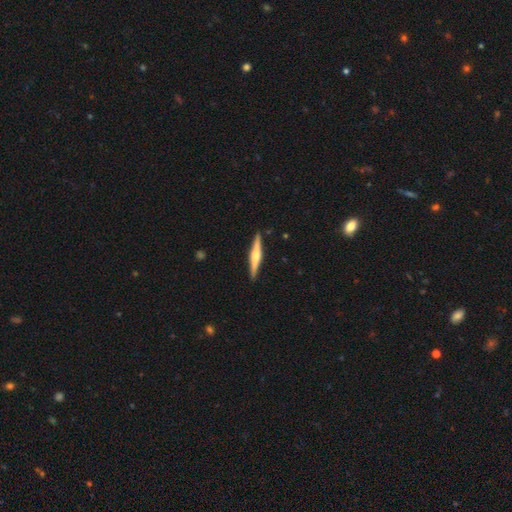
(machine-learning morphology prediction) smooth-or-featured: featured or disk: 71% | smooth: 24% | star or artifact: 5%
  disk-edge-on: yes: 98% | no: 2%
    edge-on-bulge: rounded: 87% | boxy: 8% | none: 4%
  merging: none: 91% | minor disturbance: 6% | major disturbance: 1% | merger: 1%